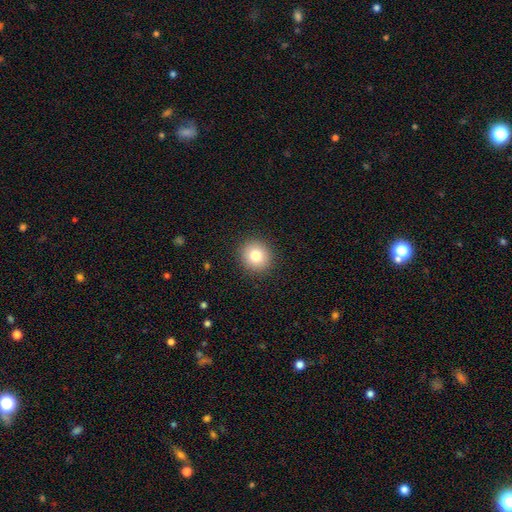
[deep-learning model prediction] A smooth galaxy with no disk features (79%) that is round (88%). Merging: none (91%).